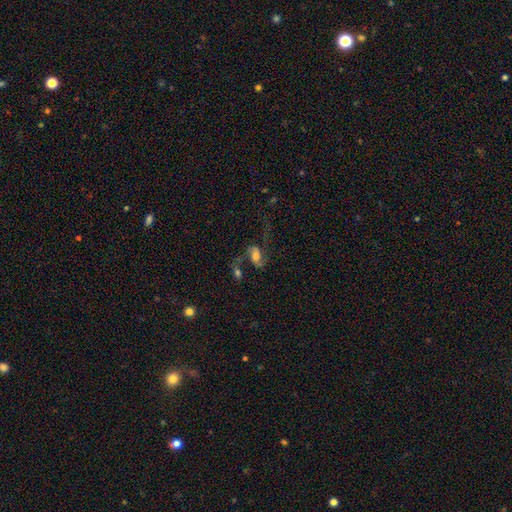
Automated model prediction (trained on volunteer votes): smooth-or-featured: featured or disk: 64% | smooth: 25% | star or artifact: 10%
  disk-edge-on: no: 95% | yes: 5%
    bar: no: 47% | weak: 38% | strong: 16%
    has-spiral-arms: yes: 87% | no: 13%
      spiral-winding: loose: 69% | medium: 25% | tight: 6%
      spiral-arm-count: 2: 88% | 1: 6% | can't tell: 3% | 3: 1% | 4: 1% | more than 4: 1%
    bulge-size: moderate: 53% | large: 28% | small: 13% | none: 4% | dominant: 3%
  merging: none: 38% | major disturbance: 26% | merger: 20% | minor disturbance: 15%